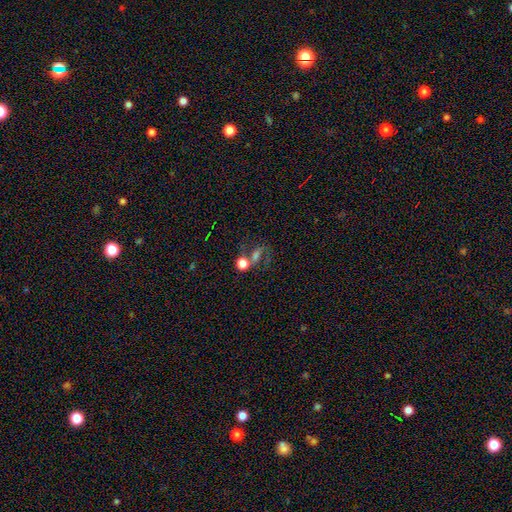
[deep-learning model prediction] This is marginally a featured or disk galaxy (39%). Merging: marginally none (39%).